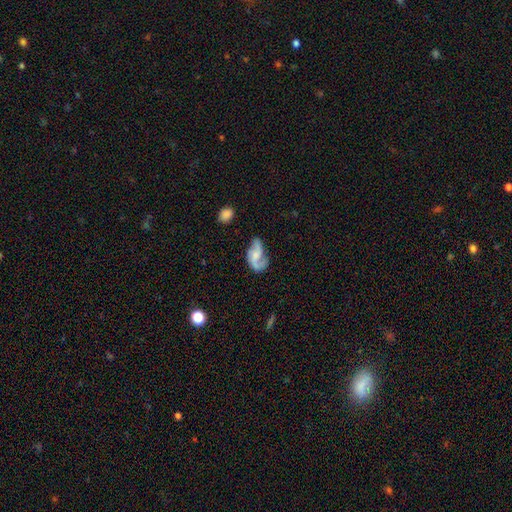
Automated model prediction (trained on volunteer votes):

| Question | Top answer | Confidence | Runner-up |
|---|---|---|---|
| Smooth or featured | featured or disk | 73% | smooth (20%) |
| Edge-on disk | no | 97% | yes (3%) |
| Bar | no | 54% | weak (36%) |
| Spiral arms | yes | 91% | no (9%) |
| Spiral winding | loose | 58% | medium (32%) |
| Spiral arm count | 2 | 82% | 1 (9%) |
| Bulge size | small | 33% | none (32%) |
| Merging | none | 49% | minor disturbance (25%) |